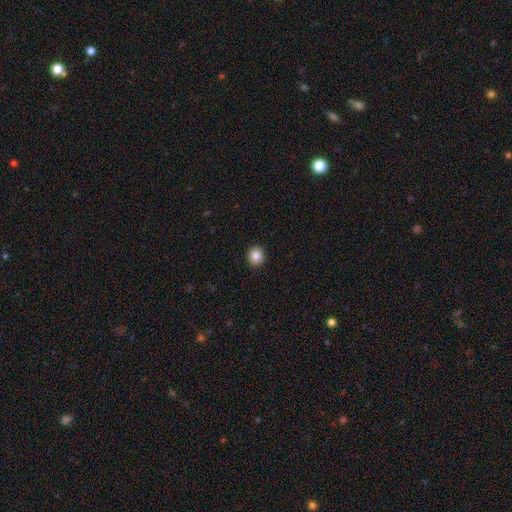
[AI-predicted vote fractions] A smooth galaxy with no disk features (85%) that is round (85%).

Vote fractions:
- Smooth or featured? smooth: 85% / star or artifact: 10% / featured or disk: 5%
- How rounded? round: 85% / in between: 14% / cigar-shaped: 1%
- Merging? none: 92% / minor disturbance: 5% / major disturbance: 2% / merger: 1%